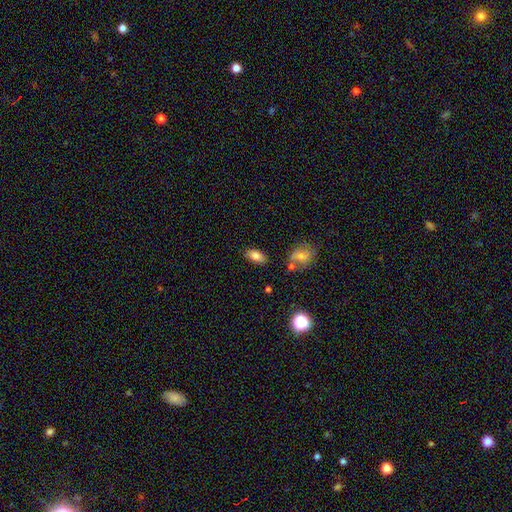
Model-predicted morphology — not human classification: smooth-or-featured: smooth: 82% | featured or disk: 9% | star or artifact: 9%
  how-rounded: in between: 91% | round: 4% | cigar-shaped: 4%
  merging: none: 80% | minor disturbance: 12% | merger: 4% | major disturbance: 3%